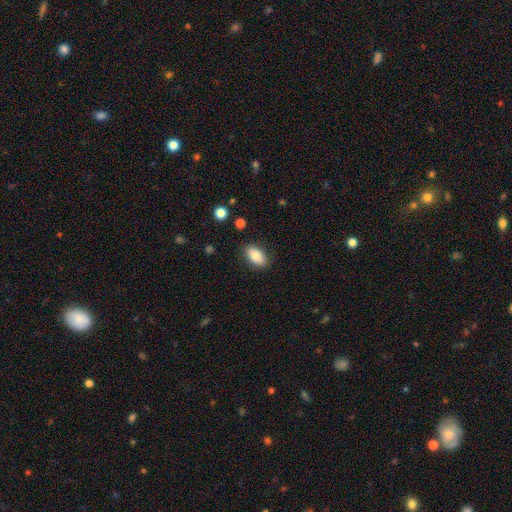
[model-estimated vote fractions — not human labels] This appears to be a smooth galaxy with no disk features (82%) that is in between round and cigar-shaped (92%). Merging: none (86%).